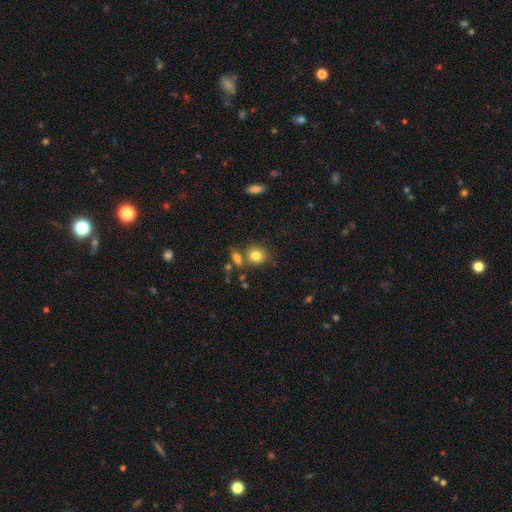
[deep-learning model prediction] A smooth galaxy with no disk features (81%) that is round (75%).

Vote fractions:
- Smooth or featured? smooth: 81% / star or artifact: 10% / featured or disk: 9%
- How rounded? round: 75% / in between: 24% / cigar-shaped: 1%
- Merging? none: 65% / merger: 19% / minor disturbance: 12% / major disturbance: 4%